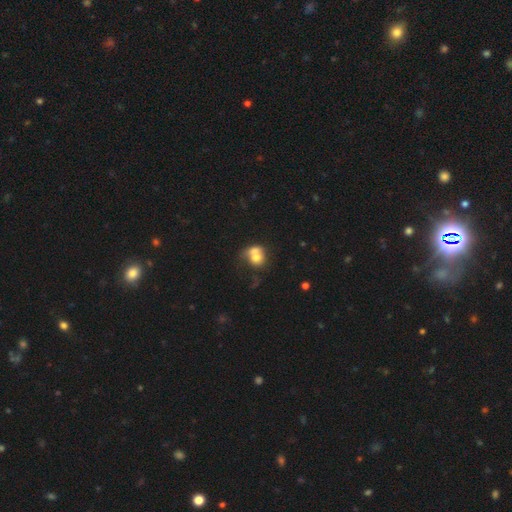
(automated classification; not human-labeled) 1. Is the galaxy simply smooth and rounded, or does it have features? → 65% smooth, 25% featured or disk, 10% star or artifact.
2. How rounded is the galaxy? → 64% round, 35% in between, 1% cigar-shaped.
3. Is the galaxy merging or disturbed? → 61% merger, 20% none, 9% major disturbance, 9% minor disturbance.